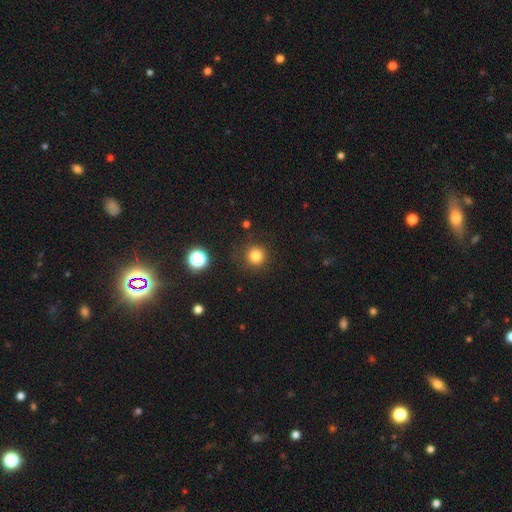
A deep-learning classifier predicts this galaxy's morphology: A smooth galaxy with no disk features (81%) that is round (95%). Merging: none (87%).